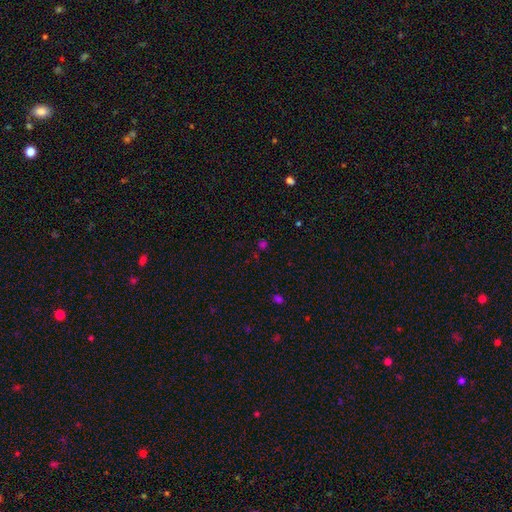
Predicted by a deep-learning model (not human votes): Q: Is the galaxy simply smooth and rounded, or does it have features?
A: star or artifact — 49%.